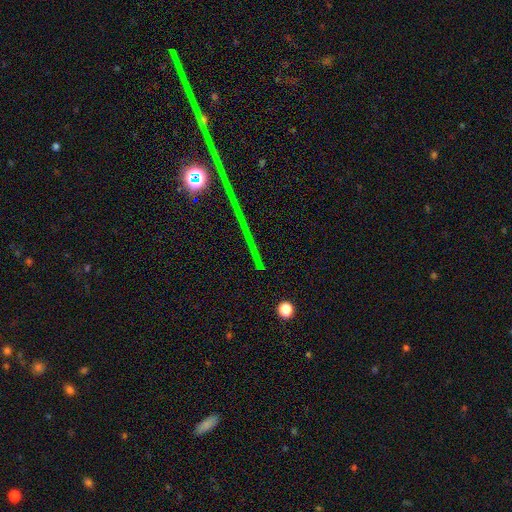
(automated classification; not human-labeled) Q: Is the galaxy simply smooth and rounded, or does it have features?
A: star or artifact — 74%.